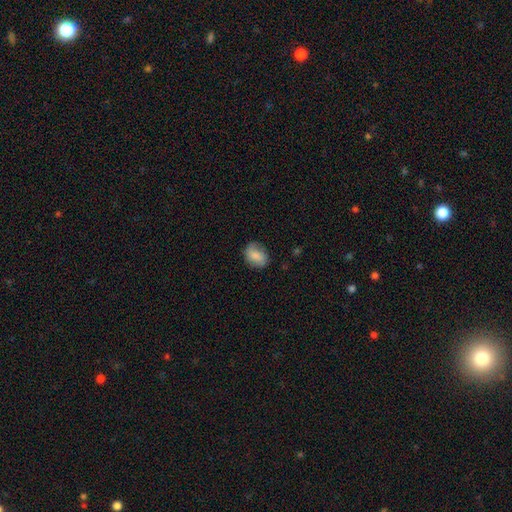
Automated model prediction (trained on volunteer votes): smooth_or_featured: smooth (p=0.78) [alt: featured or disk p=0.15]
how_rounded: in between (p=0.60) [alt: round p=0.38]
merging: none (p=0.74) [alt: minor disturbance p=0.19]